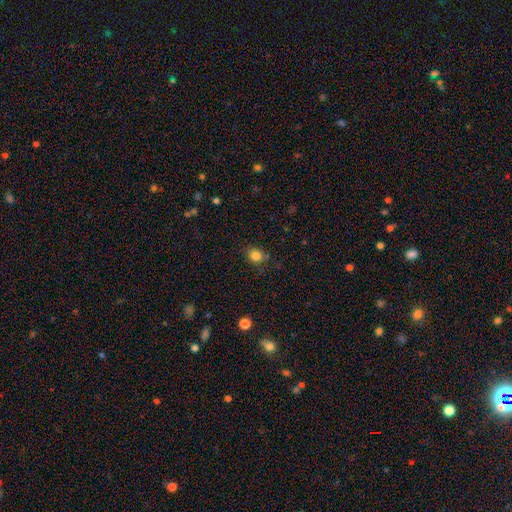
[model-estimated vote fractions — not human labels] A smooth galaxy with no disk features (82%) that is round (68%). Merging: none (78%).